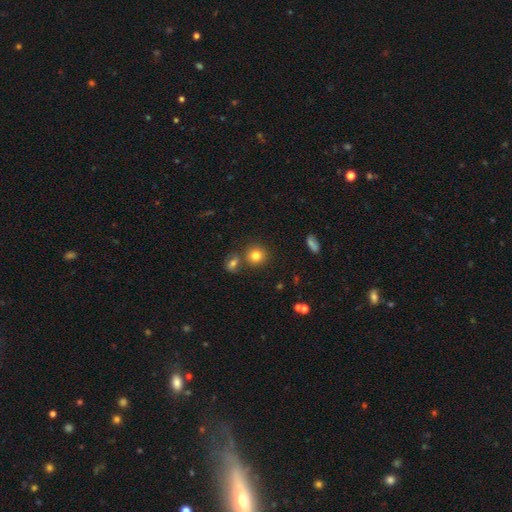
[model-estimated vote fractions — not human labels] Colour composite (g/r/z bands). It shows a smooth galaxy with no disk features (80%) that is round (88%). Merging: none (73%).